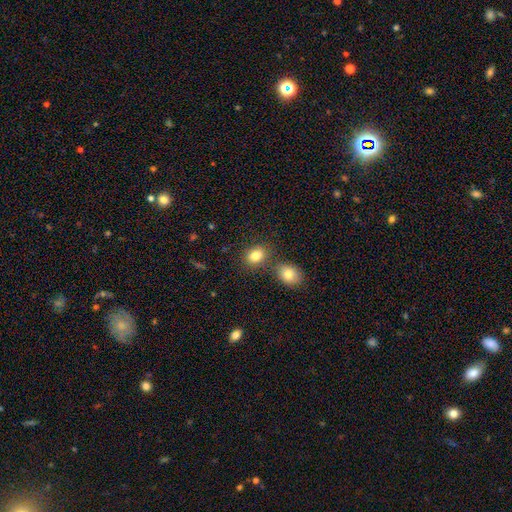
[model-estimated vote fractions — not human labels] This is clearly a smooth galaxy (82%). How rounded: likely in between (60%). Merging: likely none (69%).